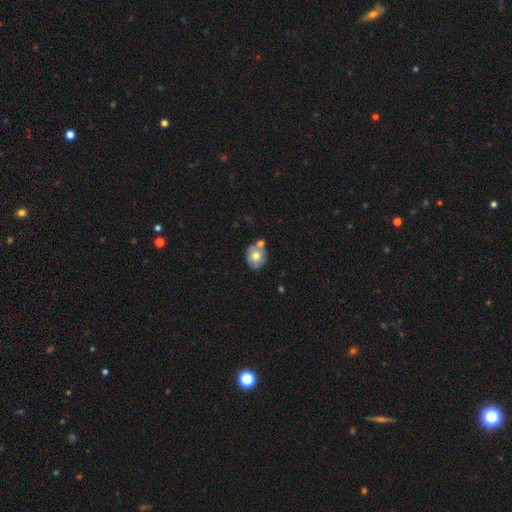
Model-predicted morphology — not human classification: smooth 66%, featured or disk 26%, star or artifact 8%. Down the decision tree: how rounded — round (60%); merging — none (54%).